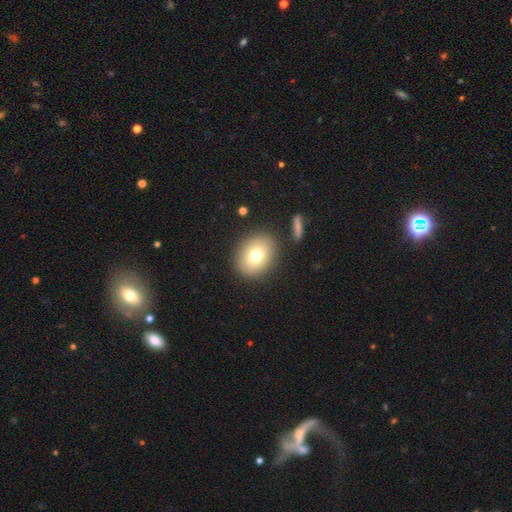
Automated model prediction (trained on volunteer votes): The model was most divided on "how rounded": in between: 50%, round: 49%, cigar-shaped: 1%. More confident: merging — none (86%); smooth or featured — smooth (74%).